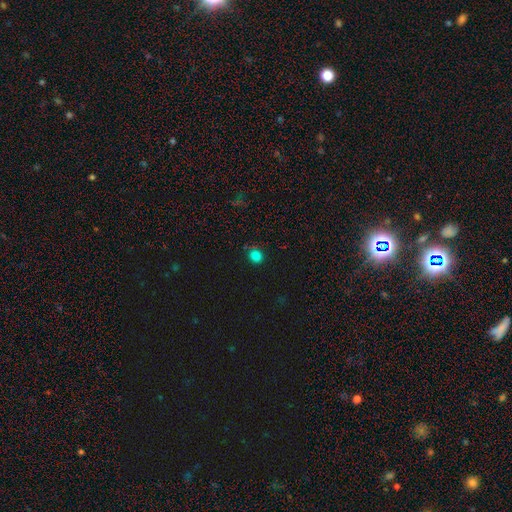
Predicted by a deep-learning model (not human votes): smooth_or_featured: smooth (p=0.79) [alt: star or artifact p=0.17]
how_rounded: round (p=0.76) [alt: in between p=0.23]
merging: none (p=0.82) [alt: minor disturbance p=0.13]